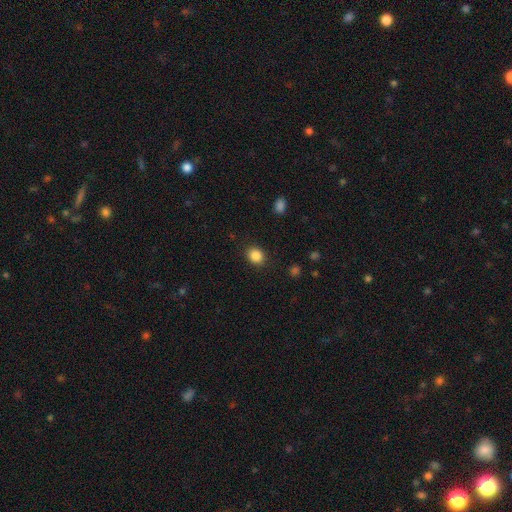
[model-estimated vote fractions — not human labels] Smooth or featured? smooth (86%)
How rounded? round (61%)
Merging? none (88%)